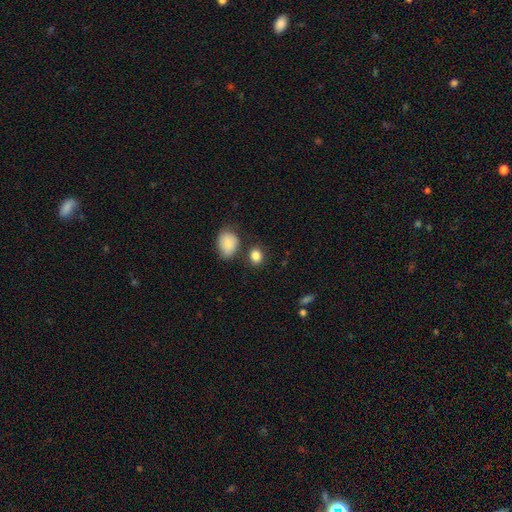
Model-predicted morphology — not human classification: The model was most divided on "how rounded": round: 54%, in between: 44%, cigar-shaped: 1%. More confident: smooth or featured — smooth (86%); merging — none (75%).